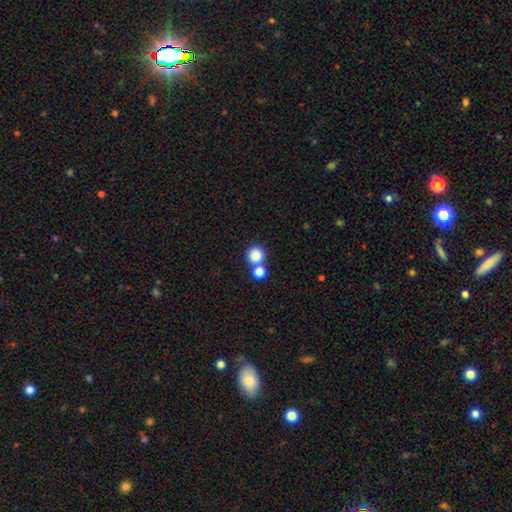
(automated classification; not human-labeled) smooth-or-featured: smooth: 84% | star or artifact: 11% | featured or disk: 6%
  how-rounded: round: 91% | in between: 8% | cigar-shaped: 1%
  merging: none: 58% | merger: 33% | minor disturbance: 6% | major disturbance: 3%